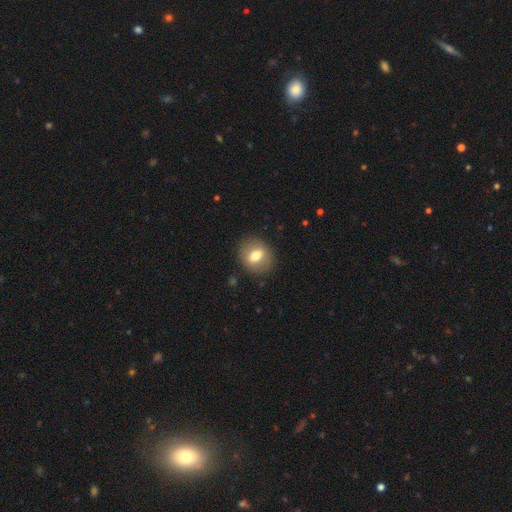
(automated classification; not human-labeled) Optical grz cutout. It shows a smooth galaxy with no disk features (66%) that is round (65%). Merging: none (87%).